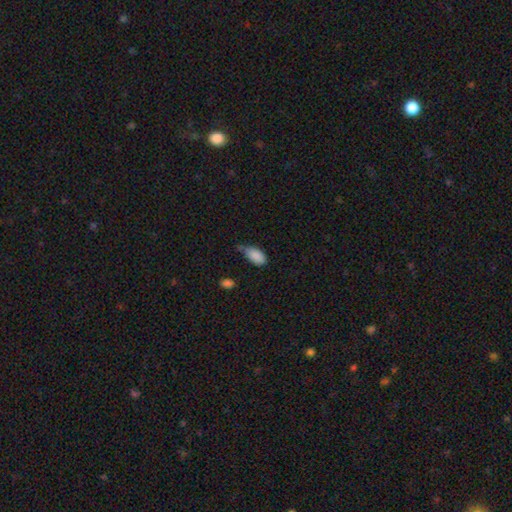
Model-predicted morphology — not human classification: Q: Smooth or featured?
A: smooth (87%); runner-up: star or artifact (8%)
Q: How rounded?
A: in between (93%); runner-up: round (3%)
Q: Merging?
A: none (43%); runner-up: minor disturbance (42%)